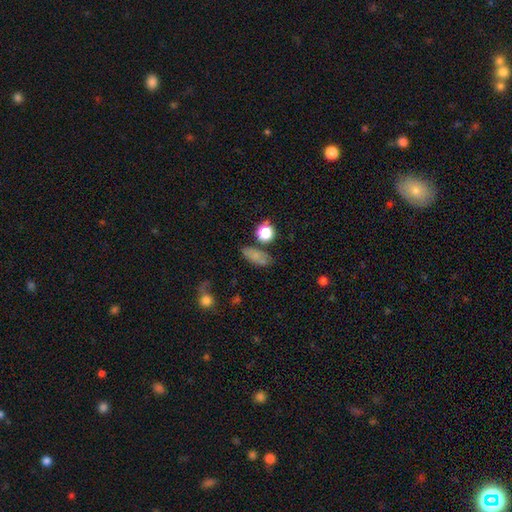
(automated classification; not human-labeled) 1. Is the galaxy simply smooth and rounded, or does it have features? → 71% smooth, 15% star or artifact, 14% featured or disk.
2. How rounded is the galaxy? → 68% in between, 17% cigar-shaped, 15% round.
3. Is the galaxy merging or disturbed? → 63% none, 19% minor disturbance, 10% merger, 8% major disturbance.